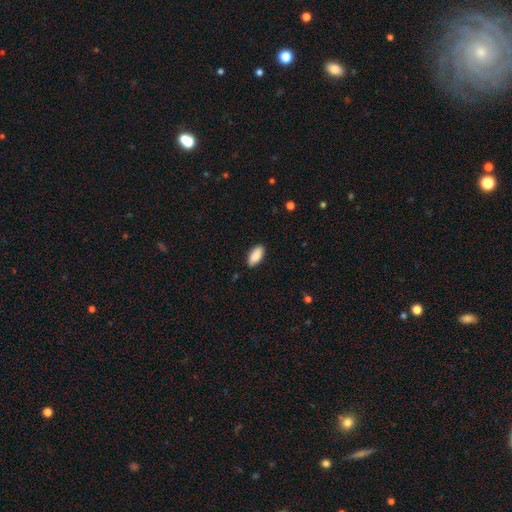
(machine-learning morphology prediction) type=smooth (89%); roundness=in between (89%); merging=none (87%).